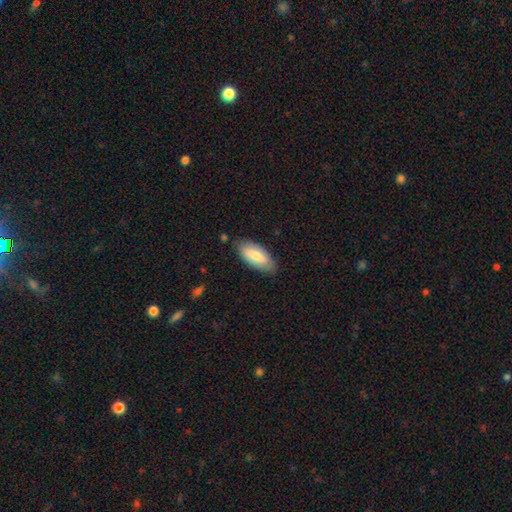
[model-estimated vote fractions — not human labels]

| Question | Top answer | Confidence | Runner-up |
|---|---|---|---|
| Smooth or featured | smooth | 74% | featured or disk (20%) |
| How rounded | in between | 86% | cigar-shaped (12%) |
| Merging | none | 81% | minor disturbance (15%) |